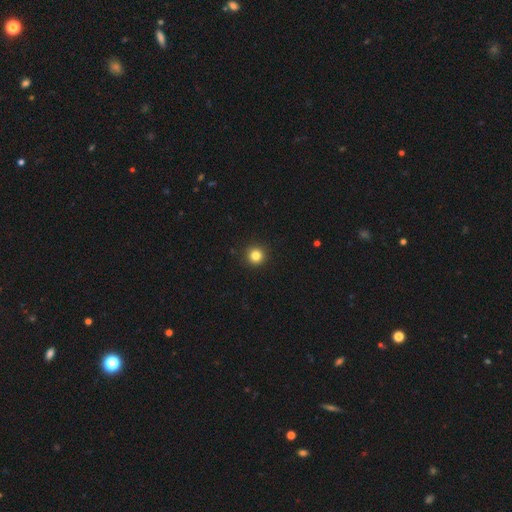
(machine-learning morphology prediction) A smooth galaxy with no disk features (83%) that is round (96%).

Vote fractions:
- Smooth or featured? smooth: 83% / star or artifact: 12% / featured or disk: 5%
- How rounded? round: 96% / in between: 3% / cigar-shaped: 1%
- Merging? none: 93% / minor disturbance: 4% / major disturbance: 2% / merger: 1%